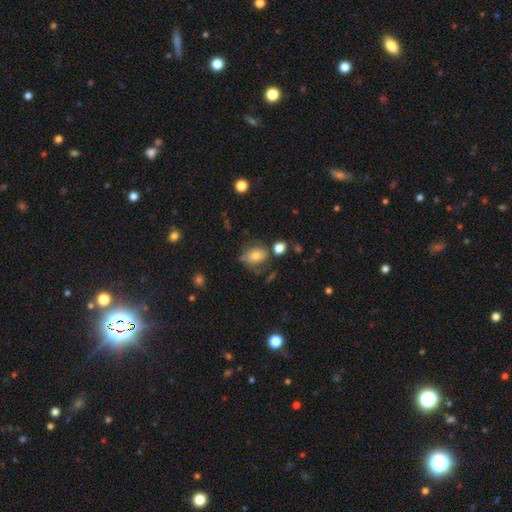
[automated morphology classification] The model was most divided on "how rounded": in between: 61%, round: 37%, cigar-shaped: 1%. More confident: smooth or featured — smooth (68%); merging — none (53%).